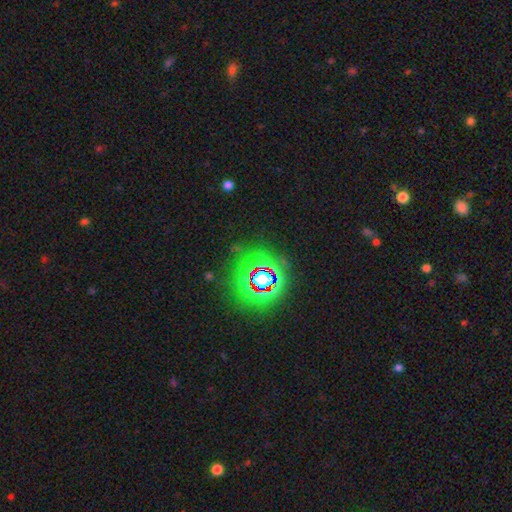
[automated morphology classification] A star or artifact, not a galaxy (79%).

Vote fractions:
- Smooth or featured? star or artifact: 79% / smooth: 12% / featured or disk: 8%